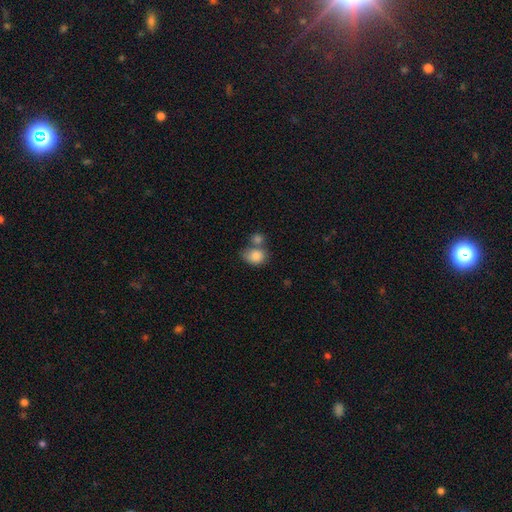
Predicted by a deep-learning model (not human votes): Smooth or featured: smooth — 84% (featured or disk — 8%)
How rounded: round — 56% (in between — 43%)
Merging: merger — 43% (none — 37%)